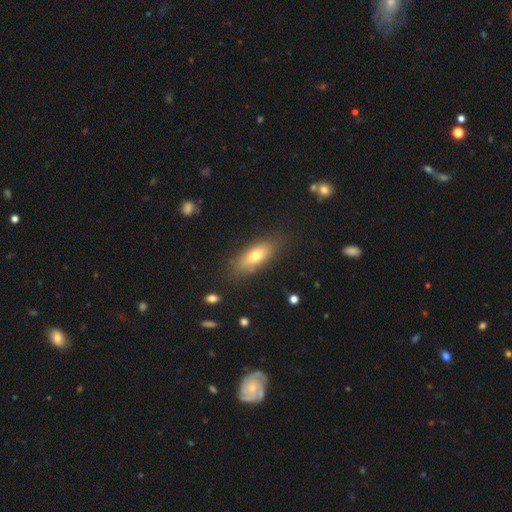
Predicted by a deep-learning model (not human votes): smooth_or_featured: smooth (p=0.70) [alt: featured or disk p=0.22]
how_rounded: in between (p=0.69) [alt: cigar-shaped p=0.27]
merging: none (p=0.82) [alt: minor disturbance p=0.13]